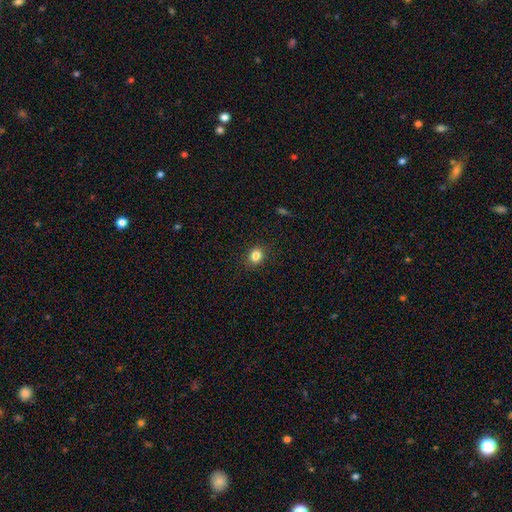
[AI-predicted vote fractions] A smooth galaxy with no disk features (83%) that is round (65%).

Vote fractions:
- Smooth or featured? smooth: 83% / star or artifact: 12% / featured or disk: 5%
- How rounded? round: 65% / in between: 35% / cigar-shaped: 1%
- Merging? none: 89% / minor disturbance: 8% / major disturbance: 2% / merger: 1%